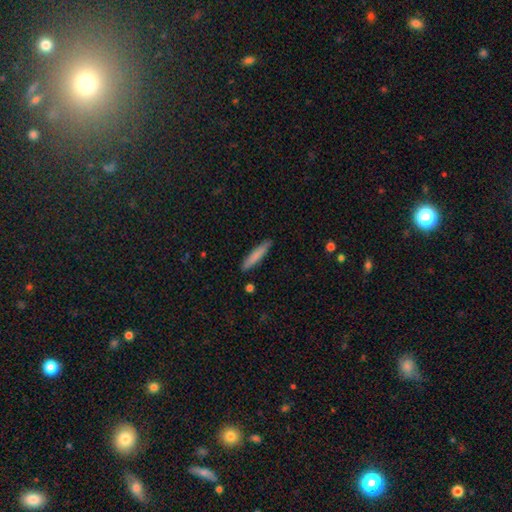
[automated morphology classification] Overall: smooth (78%). How rounded: cigar-shaped (90%). Merging: none (88%).